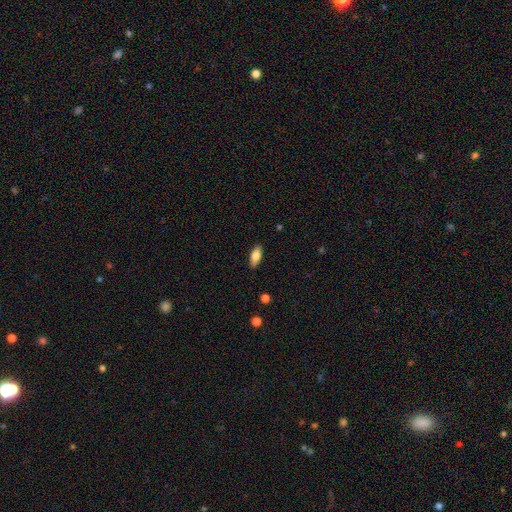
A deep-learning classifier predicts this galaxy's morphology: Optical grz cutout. It shows a smooth galaxy with no disk features (75%) that is in between round and cigar-shaped (77%). Merging: none (87%).